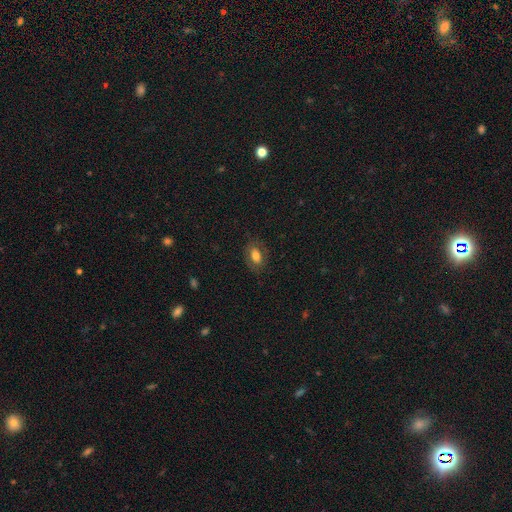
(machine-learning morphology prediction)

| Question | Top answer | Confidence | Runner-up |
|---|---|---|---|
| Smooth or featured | smooth | 70% | featured or disk (21%) |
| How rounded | in between | 85% | round (13%) |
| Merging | none | 78% | minor disturbance (14%) |